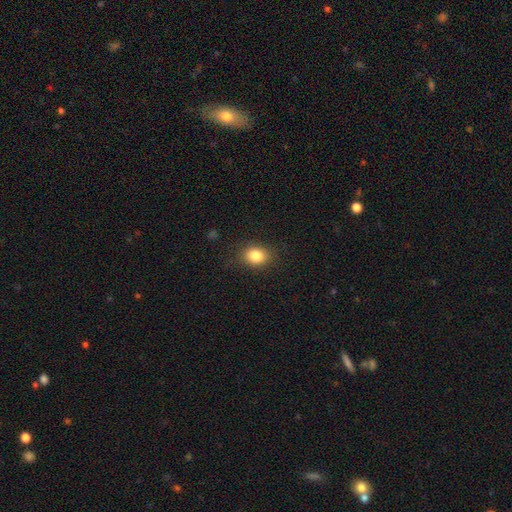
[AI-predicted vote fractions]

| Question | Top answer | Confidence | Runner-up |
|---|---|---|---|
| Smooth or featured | smooth | 83% | star or artifact (10%) |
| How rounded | in between | 57% | round (42%) |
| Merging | none | 85% | minor disturbance (11%) |